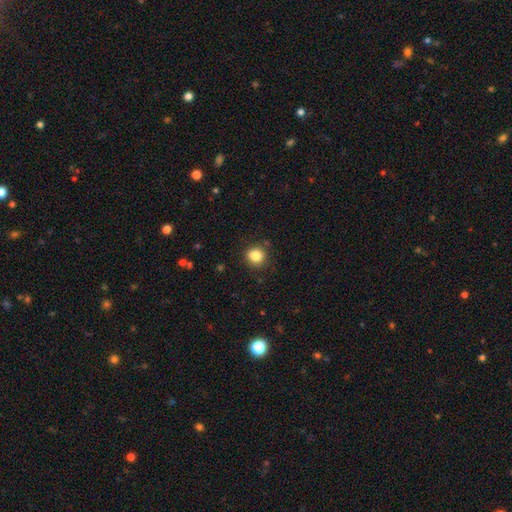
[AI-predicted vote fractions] The model was most divided on "how rounded": round: 75%, in between: 24%, cigar-shaped: 1%. More confident: smooth or featured — smooth (85%); merging — none (84%).